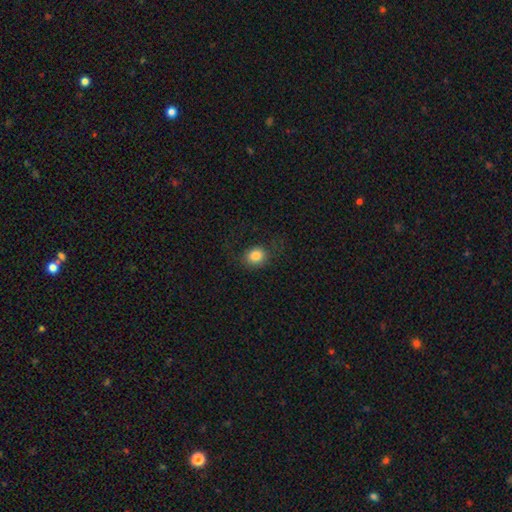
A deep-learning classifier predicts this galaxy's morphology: Q: Smooth or featured?
A: smooth (83%); runner-up: star or artifact (10%)
Q: How rounded?
A: round (70%); runner-up: in between (29%)
Q: Merging?
A: none (76%); runner-up: minor disturbance (15%)